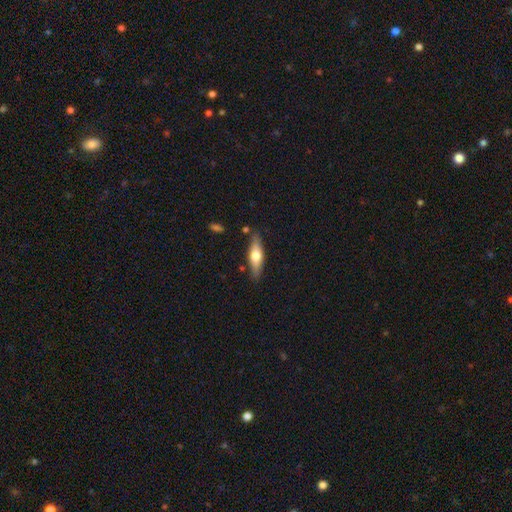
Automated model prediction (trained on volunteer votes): Smooth or featured: smooth — 50% (featured or disk — 44%)
How rounded: cigar-shaped — 55% (in between — 43%)
Merging: none — 84% (minor disturbance — 11%)